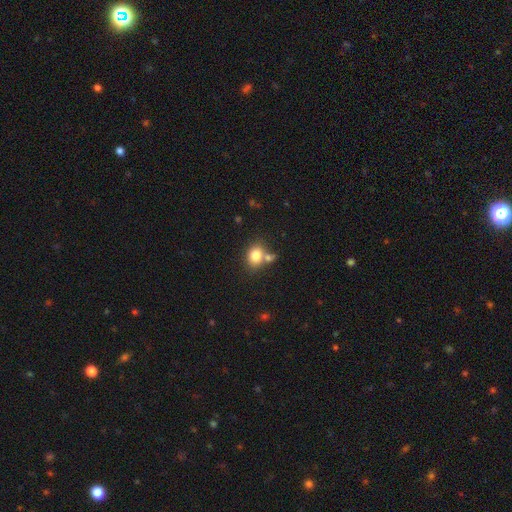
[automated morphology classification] smooth_or_featured: smooth (p=0.80) [alt: star or artifact p=0.10]
how_rounded: in between (p=0.53) [alt: round p=0.46]
merging: none (p=0.54) [alt: merger p=0.29]